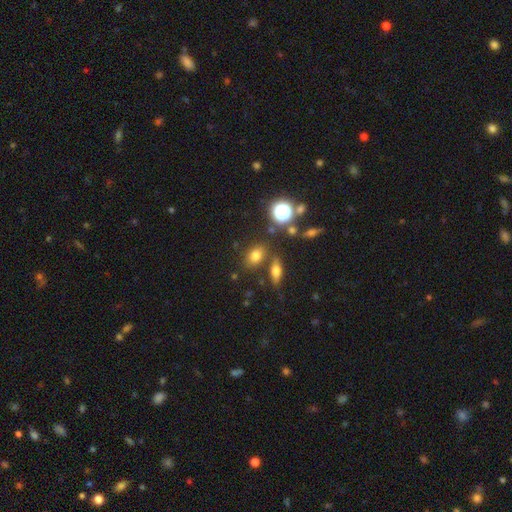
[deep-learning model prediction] smooth_or_featured: smooth (p=0.72) [alt: star or artifact p=0.17]
how_rounded: in between (p=0.67) [alt: round p=0.30]
merging: none (p=0.74) [alt: minor disturbance p=0.11]